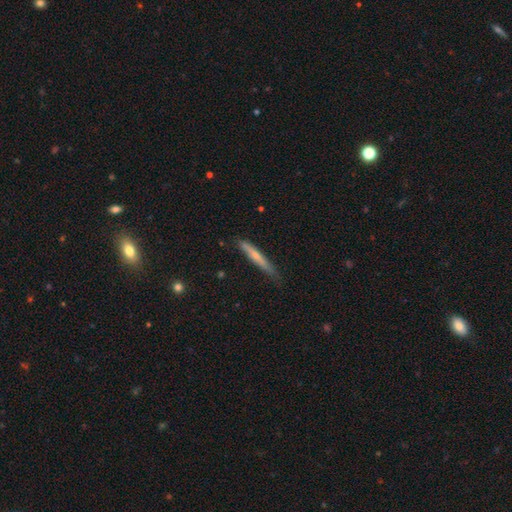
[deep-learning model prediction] The model was most divided on "smooth or featured": smooth: 58%, featured or disk: 36%, star or artifact: 6%. More confident: how rounded — cigar-shaped (95%); merging — none (72%).